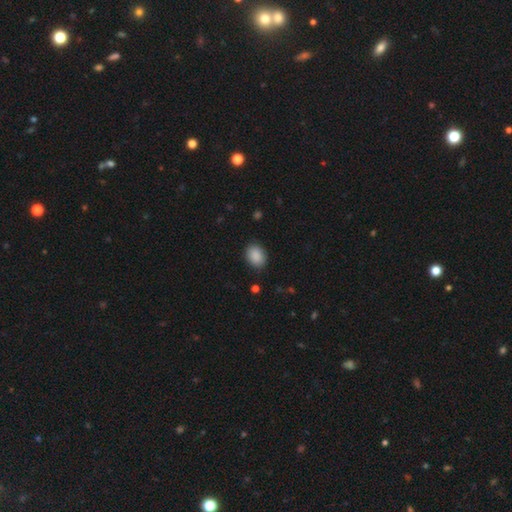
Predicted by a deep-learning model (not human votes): Smooth or featured: smooth — 89% (star or artifact — 8%)
How rounded: in between — 64% (round — 35%)
Merging: none — 86% (minor disturbance — 10%)